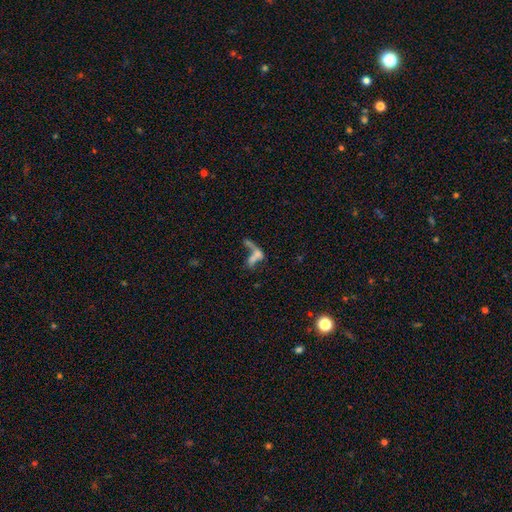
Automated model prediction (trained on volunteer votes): The model was most divided on "smooth or featured": smooth: 46%, featured or disk: 37%, star or artifact: 17%. More confident: merging — merger (57%).